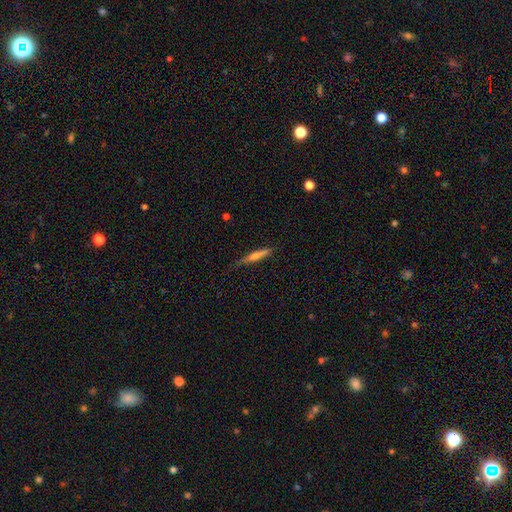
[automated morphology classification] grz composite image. It shows a featured or disk galaxy (58%) viewed edge-on (96%) with a rounded central bulge (78%). Merging: none (82%).